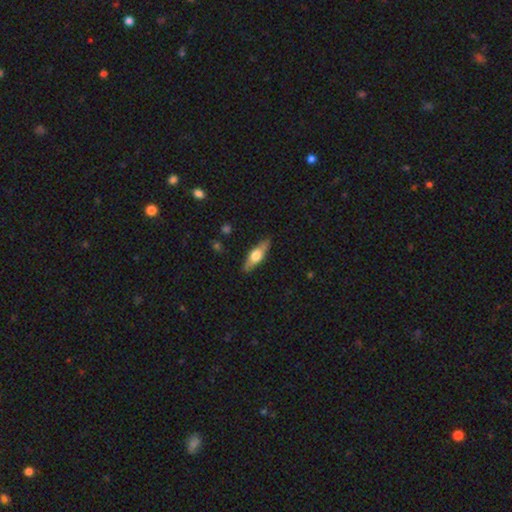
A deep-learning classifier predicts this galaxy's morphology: This is possibly a smooth galaxy (52%). How rounded: possibly in between (49%). Merging: clearly none (86%).